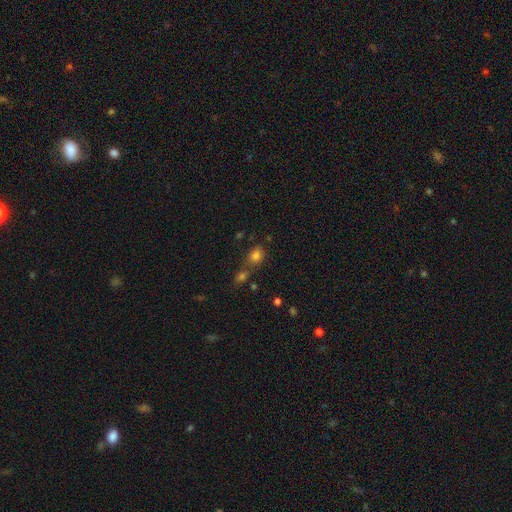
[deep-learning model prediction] This appears to be a smooth galaxy with no disk features (79%) that is in between round and cigar-shaped (50%). Merging: none (50%).